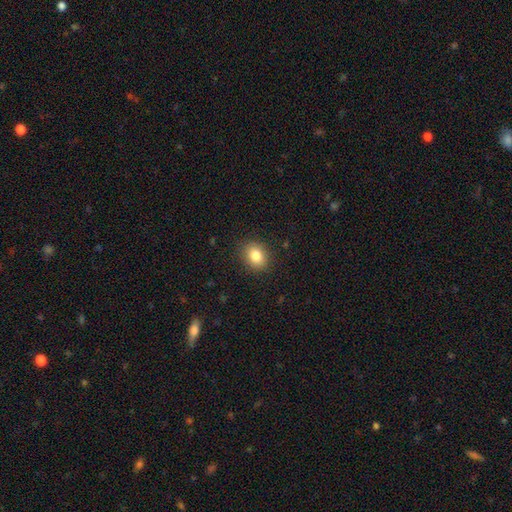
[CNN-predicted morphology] smooth_or_featured: smooth (p=0.83) [alt: star or artifact p=0.10]
how_rounded: in between (p=0.50) [alt: round p=0.49]
merging: none (p=0.88) [alt: minor disturbance p=0.08]